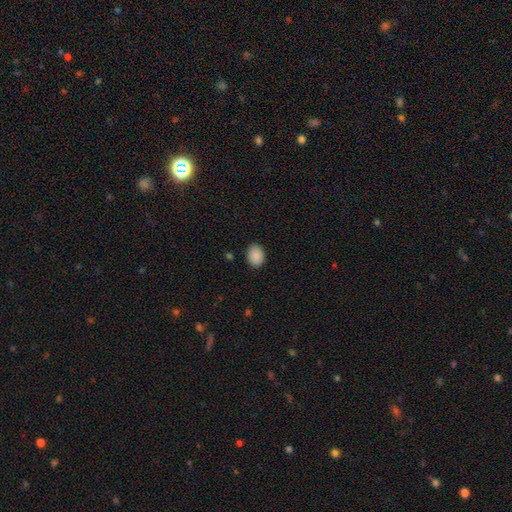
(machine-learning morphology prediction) A smooth galaxy with no disk features (89%) that is in between round and cigar-shaped (65%).

Vote fractions:
- Smooth or featured? smooth: 89% / star or artifact: 8% / featured or disk: 3%
- How rounded? in between: 65% / round: 34% / cigar-shaped: 1%
- Merging? none: 88% / minor disturbance: 9% / major disturbance: 2% / merger: 1%